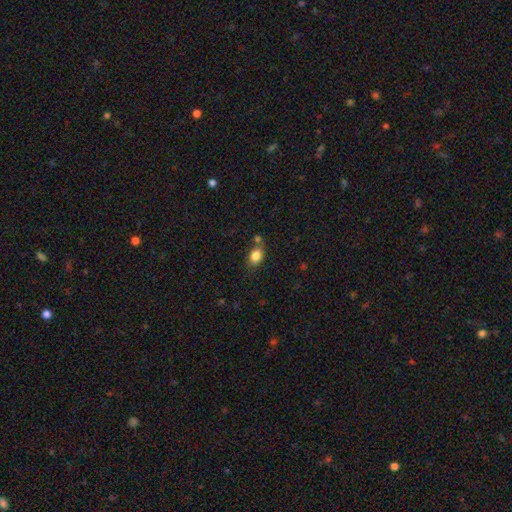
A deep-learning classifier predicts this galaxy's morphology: Q: Smooth or featured?
A: smooth (83%); runner-up: star or artifact (10%)
Q: How rounded?
A: in between (70%); runner-up: round (28%)
Q: Merging?
A: none (67%); runner-up: minor disturbance (15%)